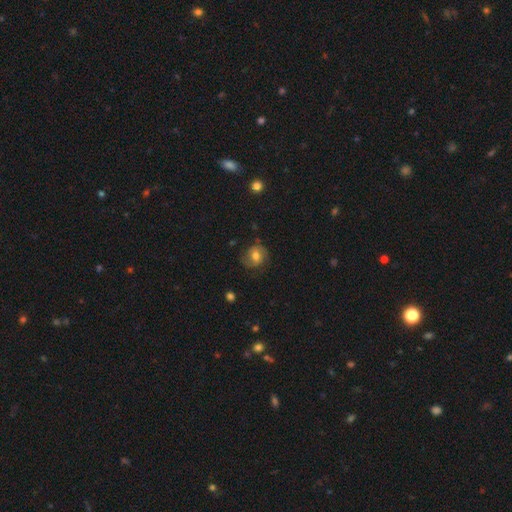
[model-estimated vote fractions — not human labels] Morphology: type=smooth (59%); roundness=round (69%); merging=none (70%).